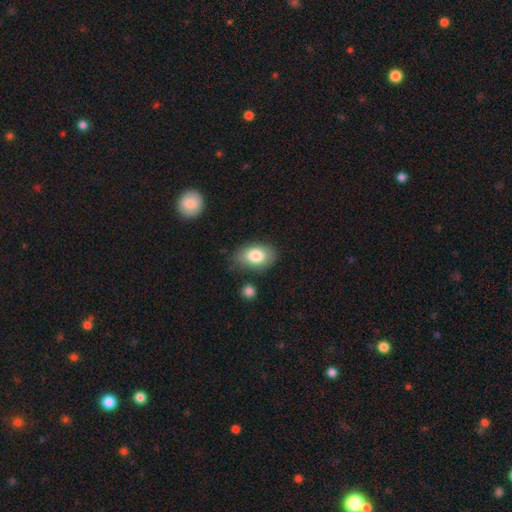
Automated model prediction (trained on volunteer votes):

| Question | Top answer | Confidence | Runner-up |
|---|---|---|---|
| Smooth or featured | smooth | 80% | featured or disk (12%) |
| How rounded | in between | 87% | round (11%) |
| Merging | none | 74% | minor disturbance (18%) |